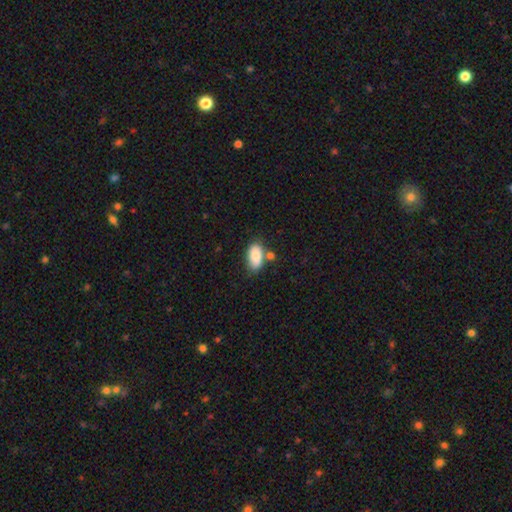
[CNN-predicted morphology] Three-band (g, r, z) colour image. It shows a smooth galaxy with no disk features (85%) that is in between round and cigar-shaped (93%). Merging: none (61%).